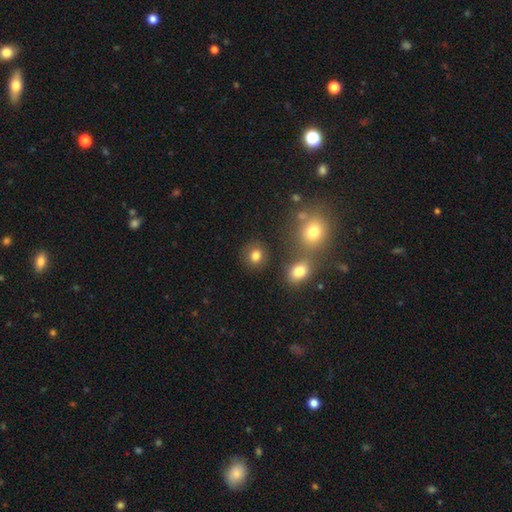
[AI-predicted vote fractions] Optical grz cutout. It shows a smooth galaxy with no disk features (81%) that is round (81%). Merging: none (81%).